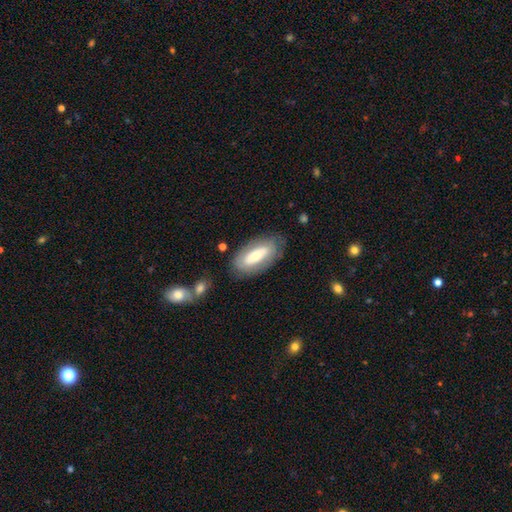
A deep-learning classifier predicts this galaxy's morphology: Smooth or featured?
  - smooth: 55% *
  - featured or disk: 39%
  - star or artifact: 6%
How rounded?
  - in between: 87% *
  - cigar-shaped: 10%
  - round: 3%
Merging?
  - none: 78% *
  - minor disturbance: 14%
  - major disturbance: 6%
  - merger: 2%